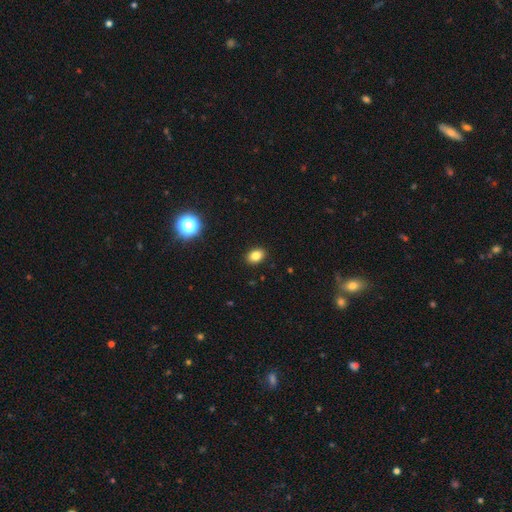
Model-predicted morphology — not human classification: Q: Smooth or featured?
A: smooth (83%); runner-up: star or artifact (11%)
Q: How rounded?
A: in between (71%); runner-up: round (28%)
Q: Merging?
A: none (91%); runner-up: minor disturbance (6%)